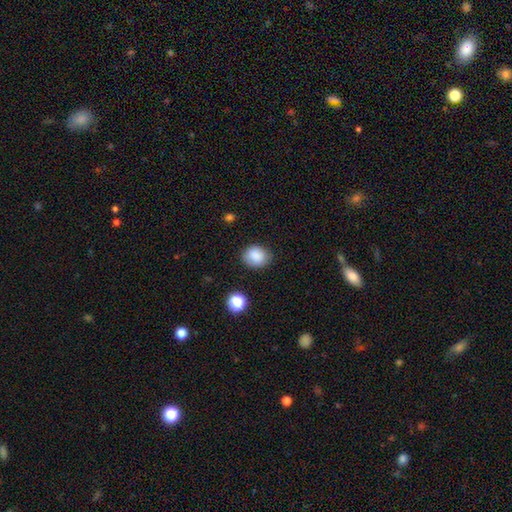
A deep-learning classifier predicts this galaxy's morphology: type=smooth (85%); roundness=round (59%); merging=none (81%).